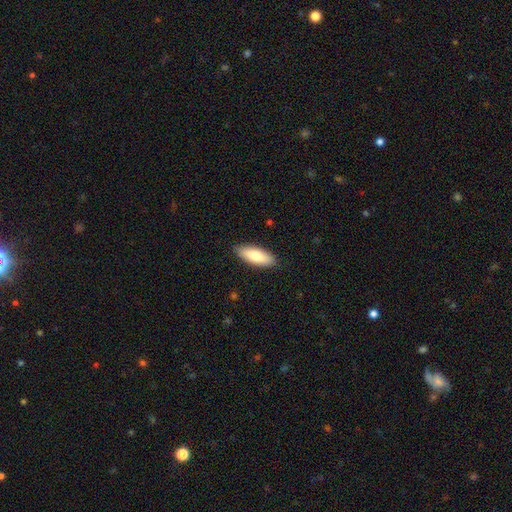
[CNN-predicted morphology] Smooth or featured: smooth — 79% (featured or disk — 16%)
How rounded: in between — 69% (cigar-shaped — 30%)
Merging: none — 88% (minor disturbance — 9%)